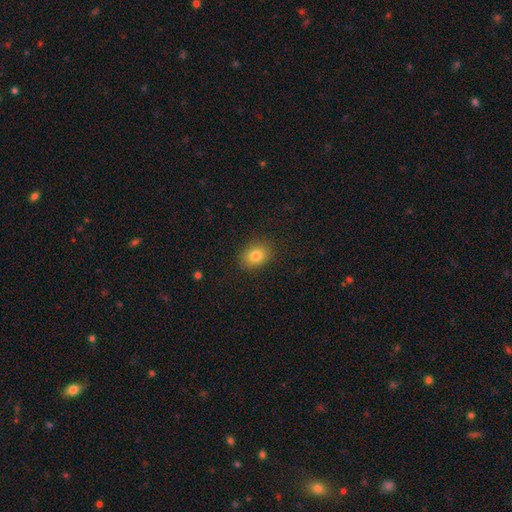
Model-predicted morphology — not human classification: smooth-or-featured: smooth: 82% | star or artifact: 11% | featured or disk: 8%
  how-rounded: in between: 56% | round: 43% | cigar-shaped: 1%
  merging: none: 88% | minor disturbance: 9% | major disturbance: 2% | merger: 1%